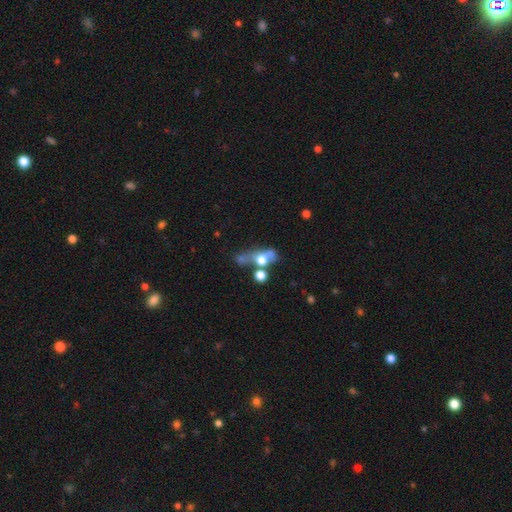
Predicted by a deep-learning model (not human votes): Overall: featured or disk (44%; smooth 39%). Merging: none (39%; merger 36%).